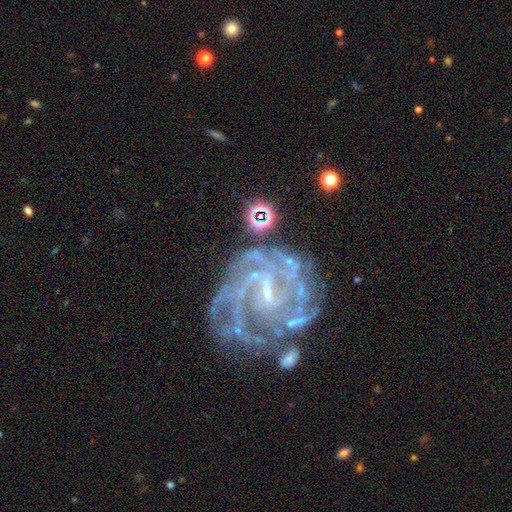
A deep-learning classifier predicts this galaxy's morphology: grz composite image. It shows a featured or disk galaxy (77%) with a strong bar (39%), tight (54%) spiral arms (88%) and a small central bulge (37%). Merging: none (52%).